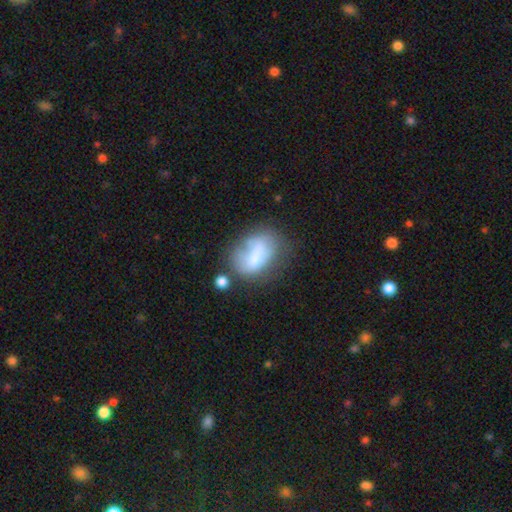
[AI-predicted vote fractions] smooth_or_featured: smooth (p=0.60) [alt: featured or disk p=0.30]
how_rounded: in between (p=0.78) [alt: round p=0.19]
merging: none (p=0.32) [alt: minor disturbance p=0.25]